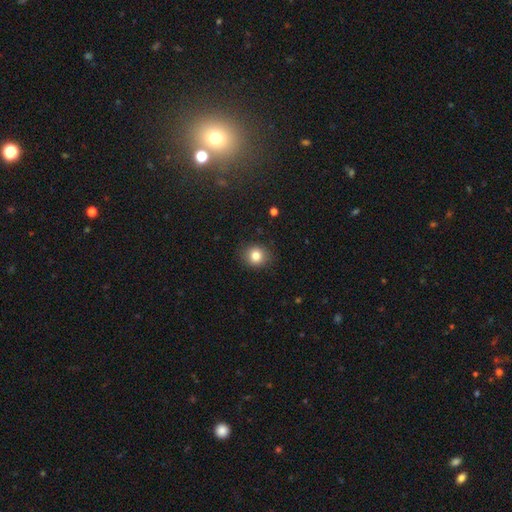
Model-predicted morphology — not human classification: Smooth or featured? smooth (82%)
How rounded? round (79%)
Merging? none (87%)